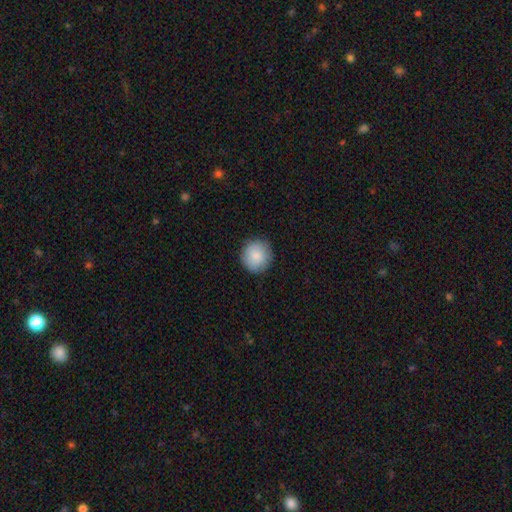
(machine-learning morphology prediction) The model was most divided on "merging": none: 89%, minor disturbance: 9%, major disturbance: 2%, merger: 1%. More confident: how rounded — round (93%); smooth or featured — smooth (87%).